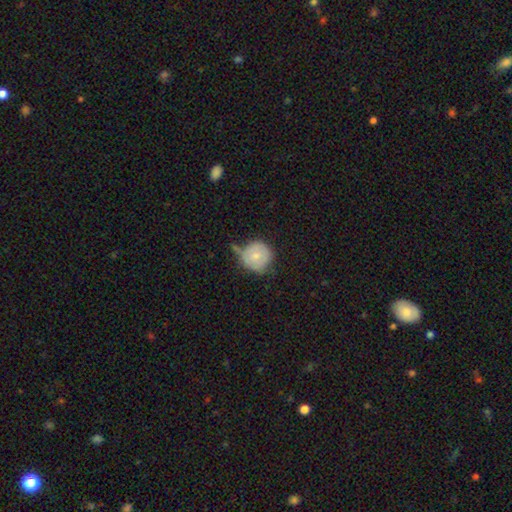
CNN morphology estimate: smooth_or_featured: smooth (p=0.73) [alt: featured or disk p=0.19]
how_rounded: round (p=0.92) [alt: in between p=0.07]
merging: none (p=0.49) [alt: minor disturbance p=0.32]